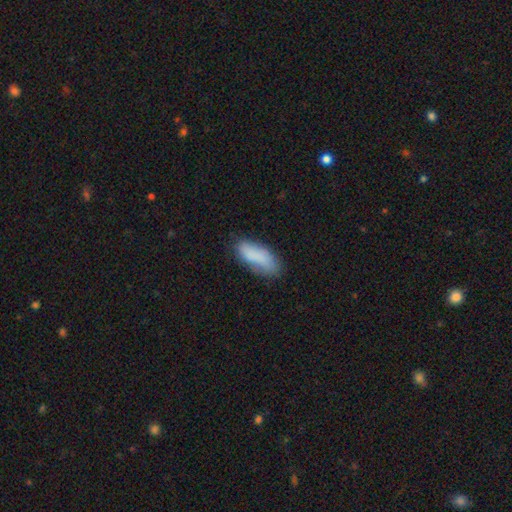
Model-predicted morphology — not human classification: Smooth or featured?
  - smooth: 82% *
  - featured or disk: 11%
  - star or artifact: 7%
How rounded?
  - in between: 74% *
  - cigar-shaped: 24%
  - round: 2%
Merging?
  - none: 65% *
  - minor disturbance: 26%
  - major disturbance: 7%
  - merger: 2%